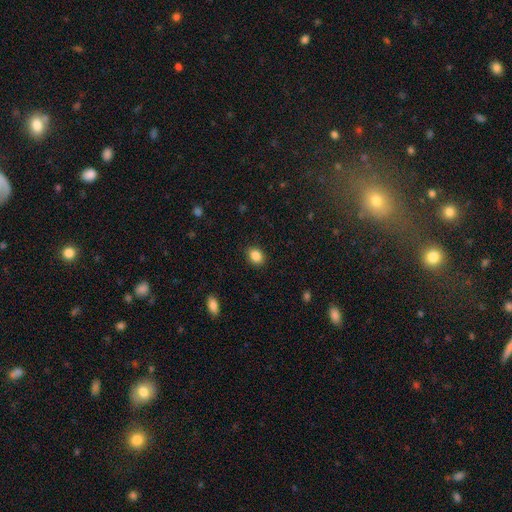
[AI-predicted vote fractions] smooth_or_featured: smooth (p=0.87) [alt: star or artifact p=0.09]
how_rounded: in between (p=0.57) [alt: round p=0.42]
merging: none (p=0.89) [alt: minor disturbance p=0.08]